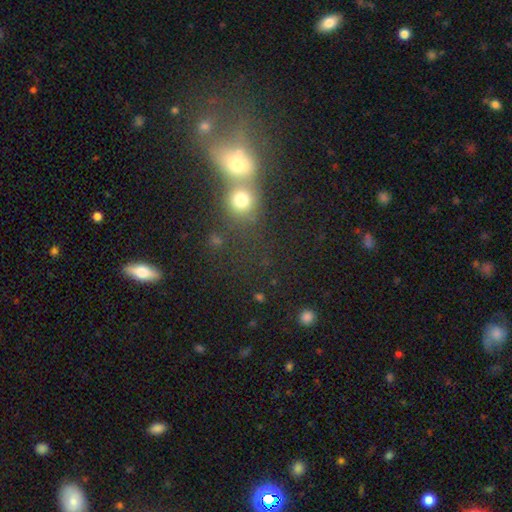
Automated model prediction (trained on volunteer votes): A smooth galaxy with no disk features (51%) that is round (60%). Merging: merger (63%).